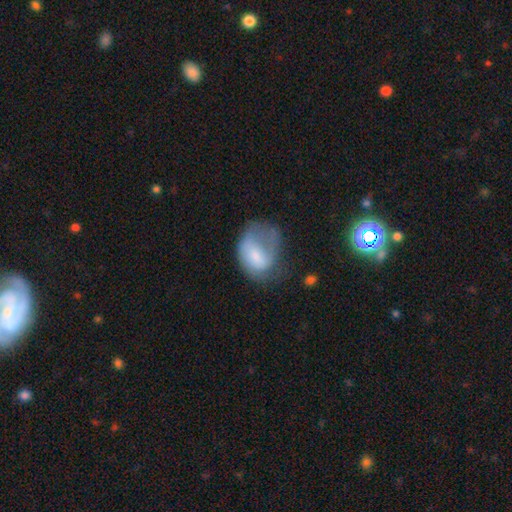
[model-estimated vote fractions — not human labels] smooth_or_featured: smooth (p=0.58) [alt: featured or disk p=0.34]
how_rounded: in between (p=0.69) [alt: round p=0.29]
merging: major disturbance (p=0.46) [alt: minor disturbance p=0.27]